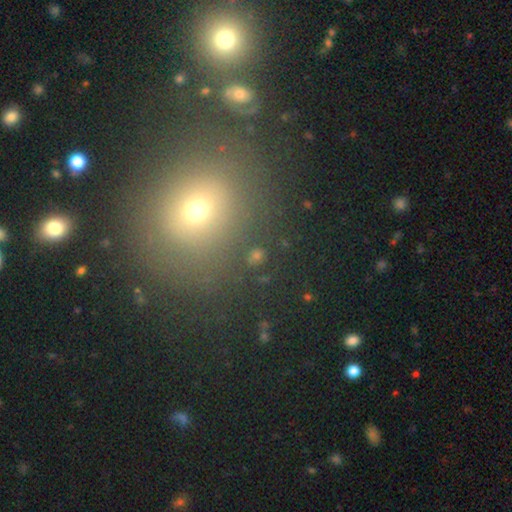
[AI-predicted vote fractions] Smooth or featured? smooth (59%)
How rounded? round (71%)
Merging? none (80%)